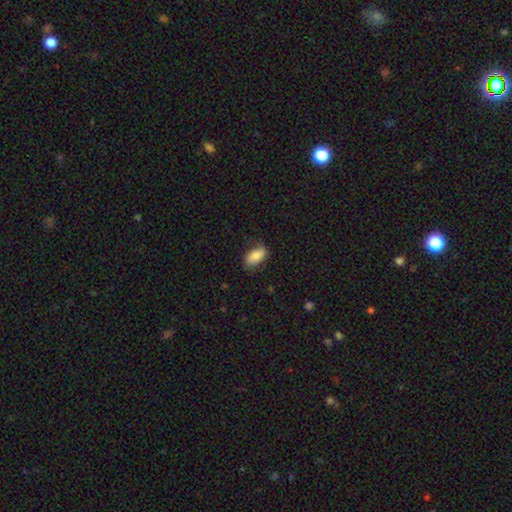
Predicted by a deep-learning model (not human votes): smooth-or-featured: smooth: 79% | featured or disk: 14% | star or artifact: 7%
  how-rounded: in between: 92% | cigar-shaped: 4% | round: 4%
  merging: none: 77% | minor disturbance: 18% | major disturbance: 4% | merger: 1%